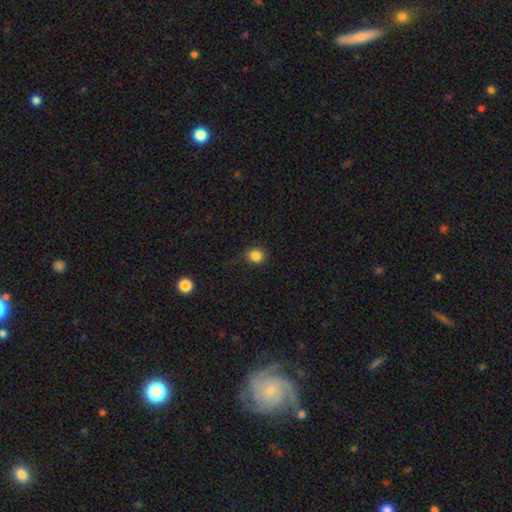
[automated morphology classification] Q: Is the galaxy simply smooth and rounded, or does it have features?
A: smooth — 84%.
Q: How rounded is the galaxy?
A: round — 85%.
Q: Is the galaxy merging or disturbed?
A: none — 82%.